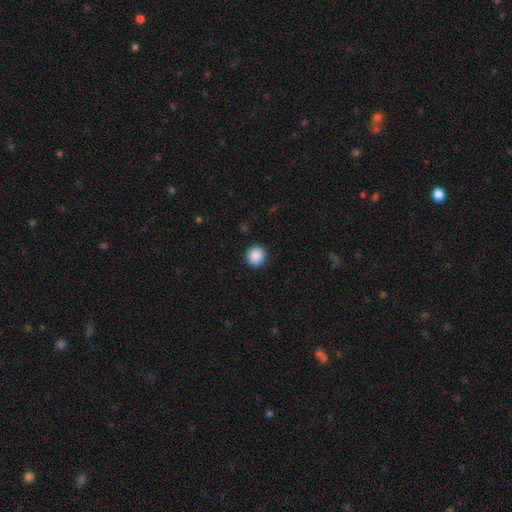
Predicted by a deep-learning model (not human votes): This is clearly a smooth galaxy (89%). How rounded: clearly round (92%). Merging: clearly none (92%).